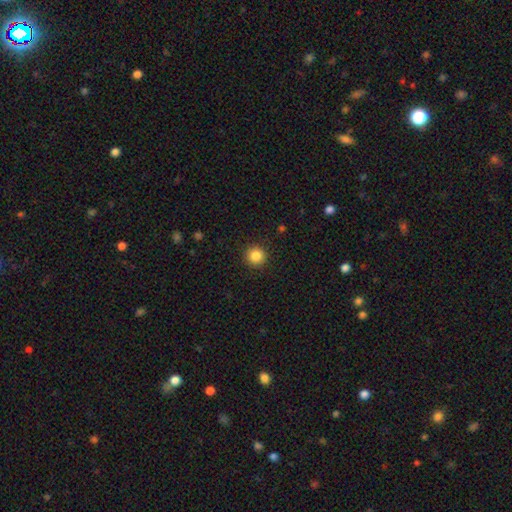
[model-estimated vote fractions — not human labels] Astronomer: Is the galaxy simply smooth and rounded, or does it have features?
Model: smooth — 86%.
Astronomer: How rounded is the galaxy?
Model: round — 95%.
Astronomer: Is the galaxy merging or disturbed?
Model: none — 92%.